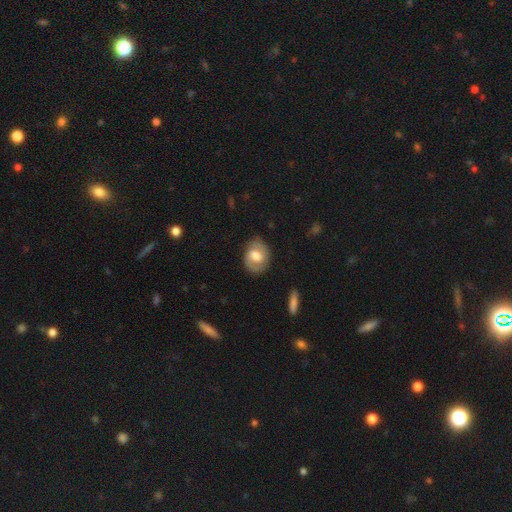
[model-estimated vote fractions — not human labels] Morphology: type=featured or disk (62%); edge-on=no (96%); bar=weak (47%); spiral arms=yes (81%); bulge=moderate (54%); merging=none (80%).